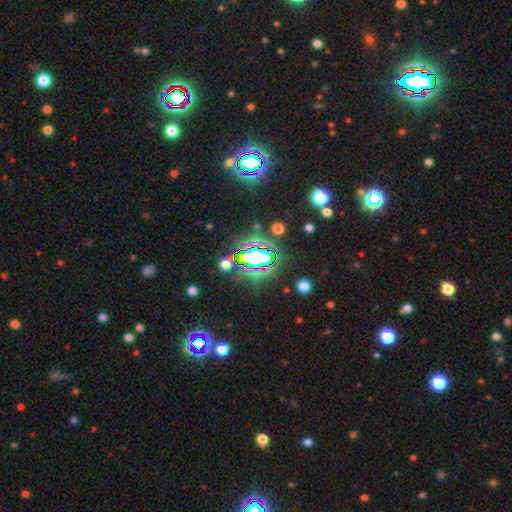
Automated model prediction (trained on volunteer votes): This is likely a star or artifact rather than a galaxy (65%).